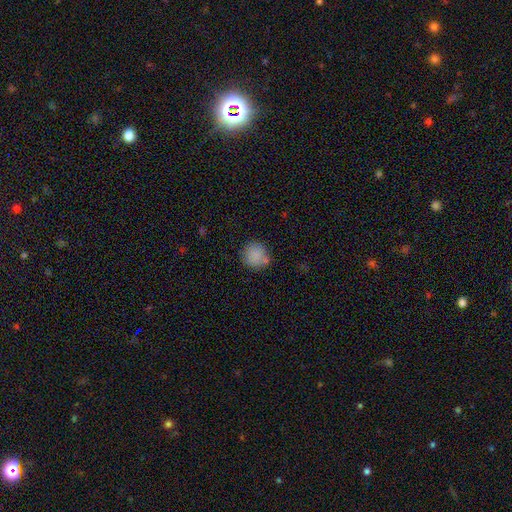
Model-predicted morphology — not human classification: smooth_or_featured: smooth (p=0.85) [alt: star or artifact p=0.09]
how_rounded: round (p=0.88) [alt: in between p=0.11]
merging: none (p=0.74) [alt: minor disturbance p=0.15]